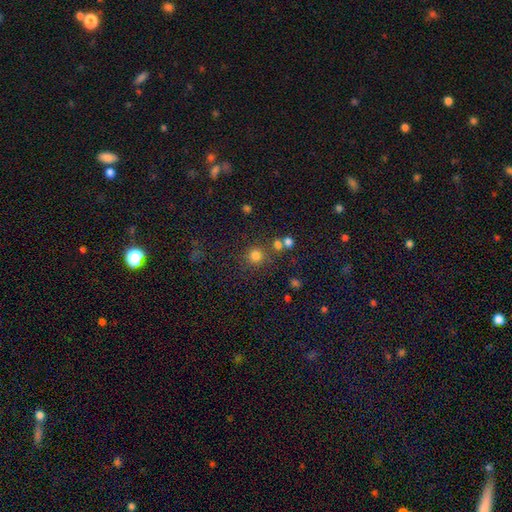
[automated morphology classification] This appears to be a smooth galaxy with no disk features (77%) that is round (92%). Merging: none (75%).